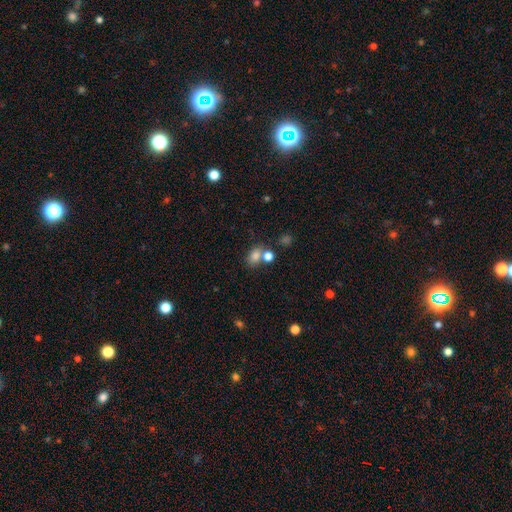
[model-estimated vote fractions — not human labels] A smooth galaxy with no disk features (78%) that is in between round and cigar-shaped (65%).

Vote fractions:
- Smooth or featured? smooth: 78% / star or artifact: 14% / featured or disk: 8%
- How rounded? in between: 65% / round: 34% / cigar-shaped: 1%
- Merging? none: 49% / merger: 33% / minor disturbance: 12% / major disturbance: 6%